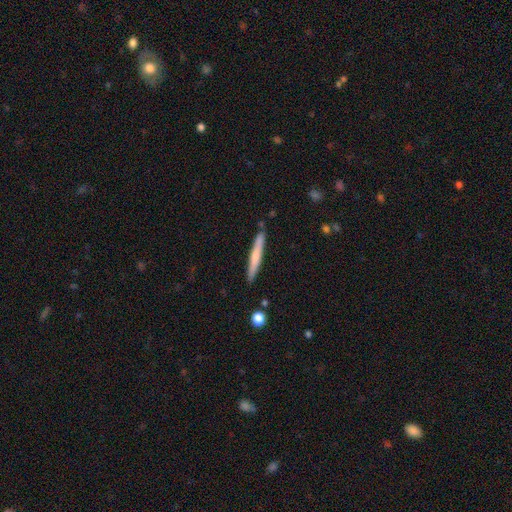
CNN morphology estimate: This appears to be a smooth galaxy with no disk features (59%) that is cigar-shaped (96%). Merging: none (87%).